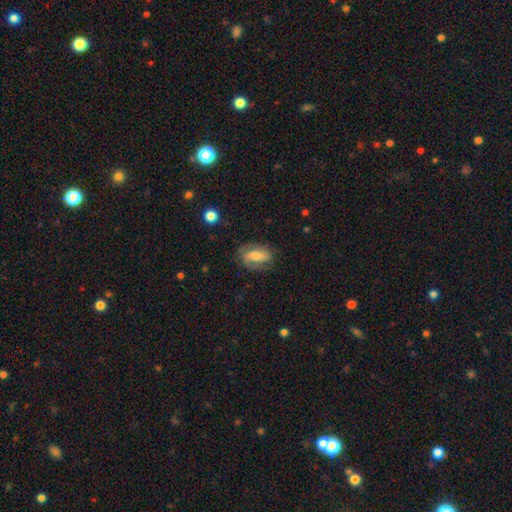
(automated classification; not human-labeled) Smooth or featured? Predicted: featured or disk (p=0.53). Edge-on disk? Predicted: no (p=0.91). Merging? Predicted: none (p=0.70).